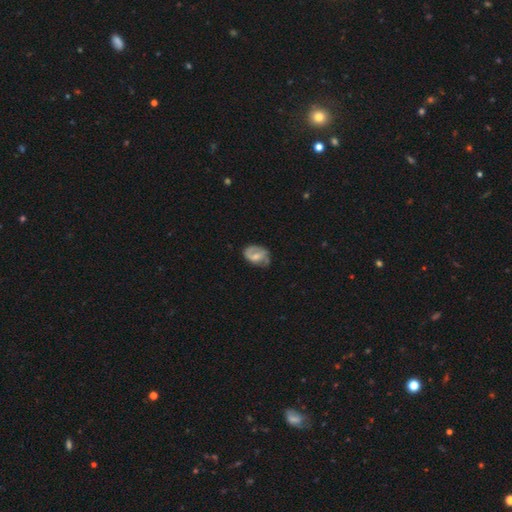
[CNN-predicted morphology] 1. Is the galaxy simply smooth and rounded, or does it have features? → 51% featured or disk, 42% smooth, 7% star or artifact.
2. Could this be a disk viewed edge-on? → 96% no, 4% yes.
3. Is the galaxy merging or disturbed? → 55% none, 31% minor disturbance, 12% major disturbance, 2% merger.